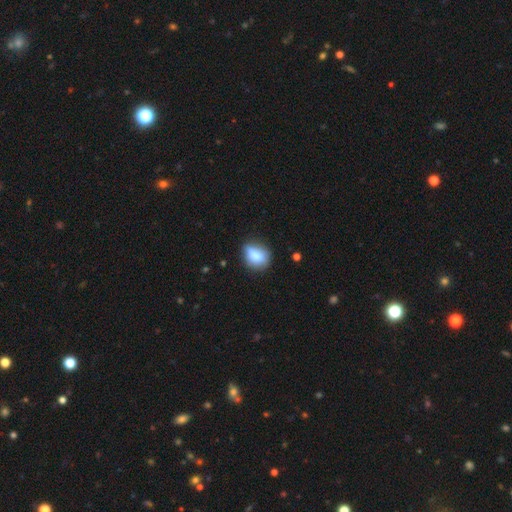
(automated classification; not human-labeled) Smooth or featured: smooth — 79% (featured or disk — 13%)
How rounded: in between — 52% (round — 45%)
Merging: none — 63% (minor disturbance — 28%)